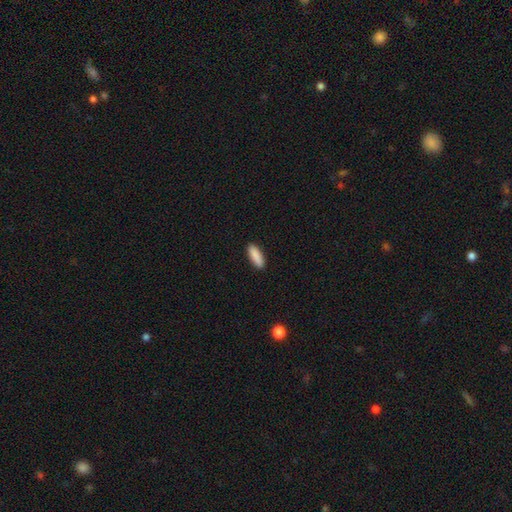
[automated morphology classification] smooth 90%, star or artifact 6%, featured or disk 4%. Down the decision tree: how rounded — in between (53%); merging — none (90%).